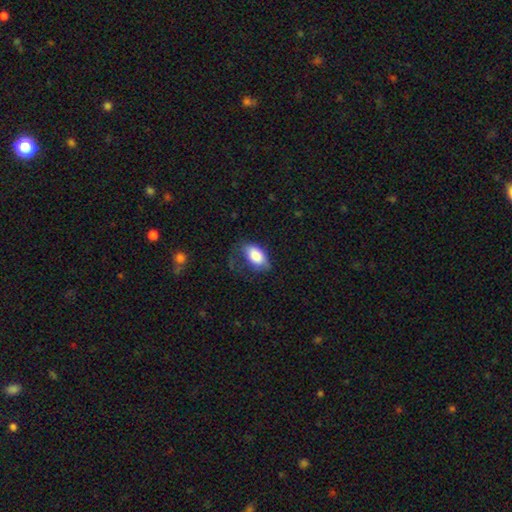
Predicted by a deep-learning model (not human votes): A smooth galaxy with no disk features (82%) that is in between round and cigar-shaped (92%). Merging: none (46%).